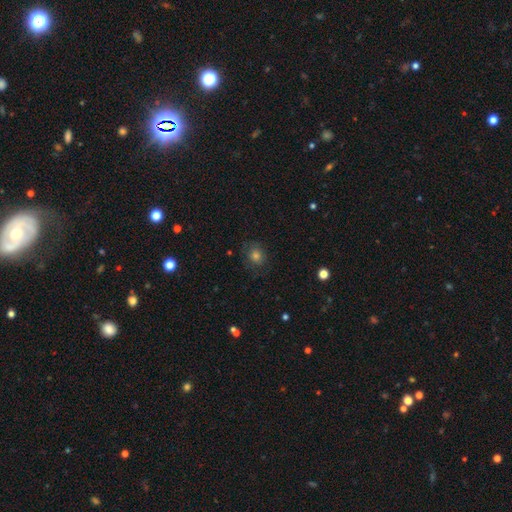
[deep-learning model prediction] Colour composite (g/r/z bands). It shows a smooth galaxy with no disk features (66%) that is round (79%). Merging: none (81%).